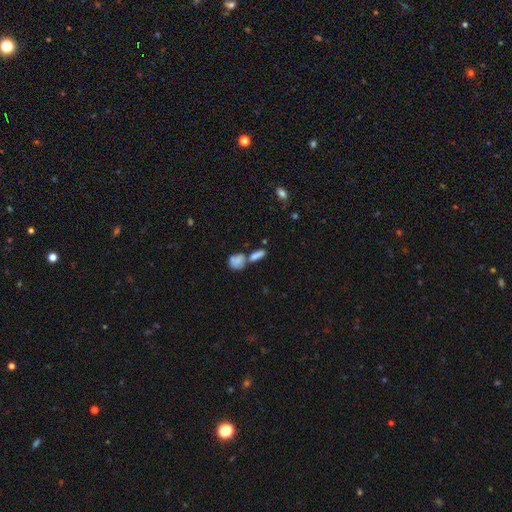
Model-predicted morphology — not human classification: The model was most divided on "merging": merger: 44%, none: 41%, minor disturbance: 10%, major disturbance: 5%. More confident: smooth or featured — smooth (70%); how rounded — in between (56%).